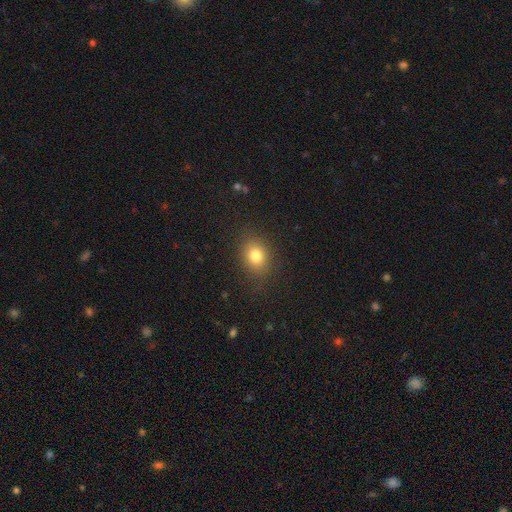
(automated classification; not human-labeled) Morphology: type=smooth (80%); roundness=in between (53%); merging=none (84%).